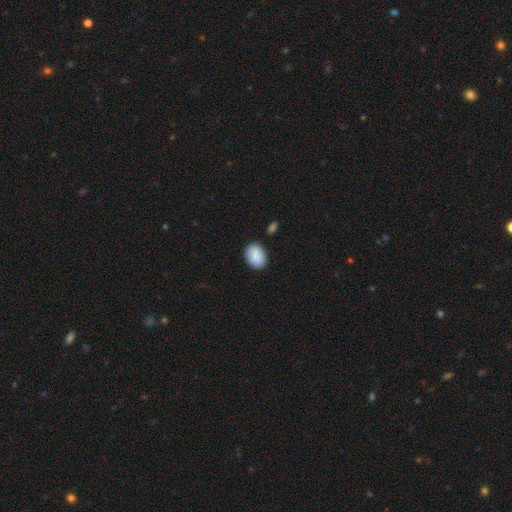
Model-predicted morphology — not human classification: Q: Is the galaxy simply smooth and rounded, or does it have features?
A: smooth — 90%.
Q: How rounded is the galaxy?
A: in between — 73%.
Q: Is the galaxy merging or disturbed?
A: none — 85%.